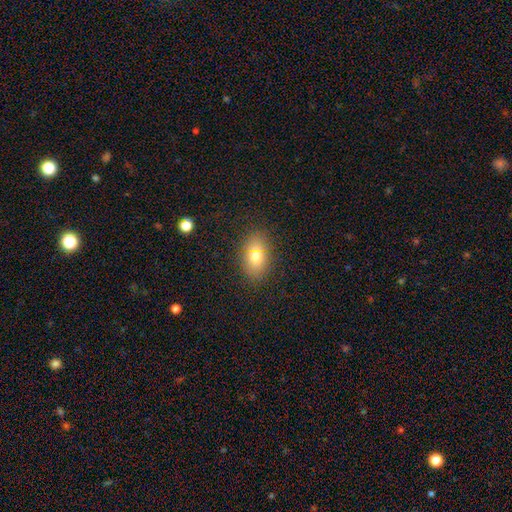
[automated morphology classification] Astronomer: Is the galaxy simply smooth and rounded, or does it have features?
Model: smooth — 73%.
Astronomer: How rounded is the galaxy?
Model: in between — 82%.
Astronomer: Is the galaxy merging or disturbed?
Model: none — 84%.